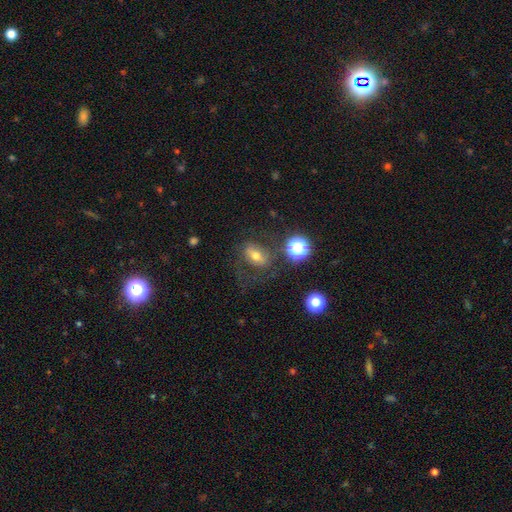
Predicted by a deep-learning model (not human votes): Smooth or featured?
  - smooth: 42% *
  - featured or disk: 35%
  - star or artifact: 24%
Merging?
  - none: 61% *
  - minor disturbance: 17%
  - major disturbance: 15%
  - merger: 7%